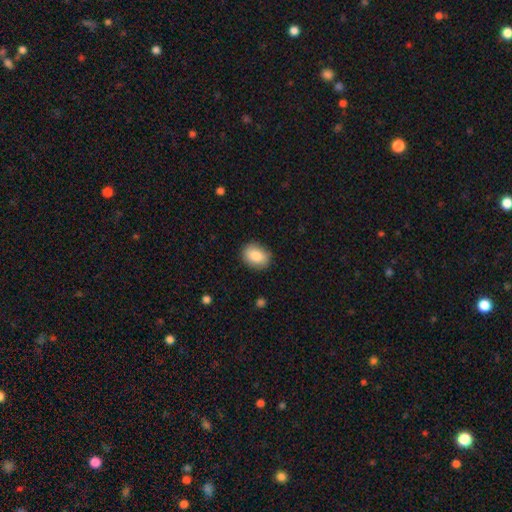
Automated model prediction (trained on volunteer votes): This appears to be a smooth galaxy with no disk features (84%) that is in between round and cigar-shaped (63%). Merging: none (87%).